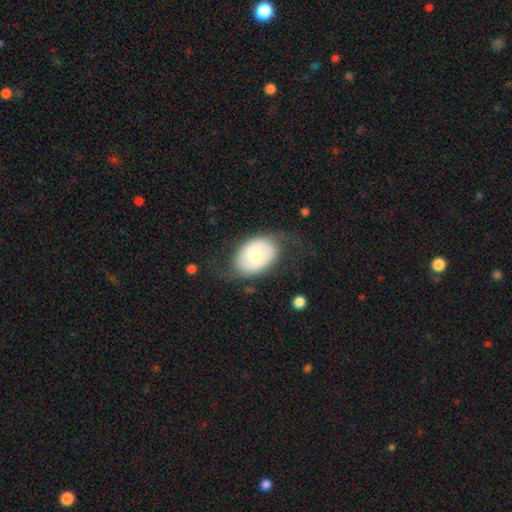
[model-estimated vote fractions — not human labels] A smooth galaxy with no disk features (56%) that is in between round and cigar-shaped (79%).

Vote fractions:
- Smooth or featured? smooth: 56% / featured or disk: 38% / star or artifact: 6%
- How rounded? in between: 79% / round: 20% / cigar-shaped: 1%
- Merging? none: 63% / minor disturbance: 21% / major disturbance: 14% / merger: 2%